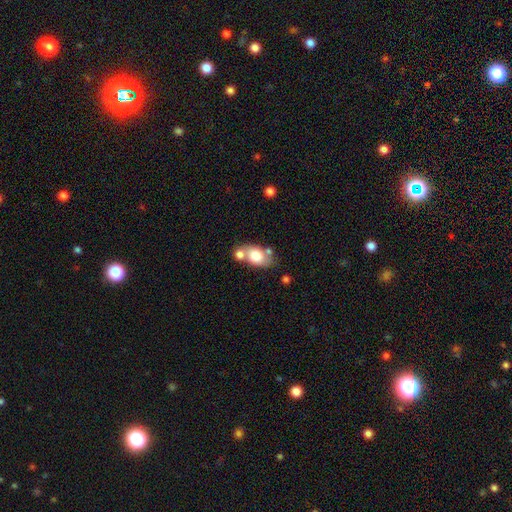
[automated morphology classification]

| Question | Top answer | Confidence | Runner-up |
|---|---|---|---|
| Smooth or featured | smooth | 73% | featured or disk (19%) |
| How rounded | in between | 81% | round (16%) |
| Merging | none | 48% | merger (32%) |